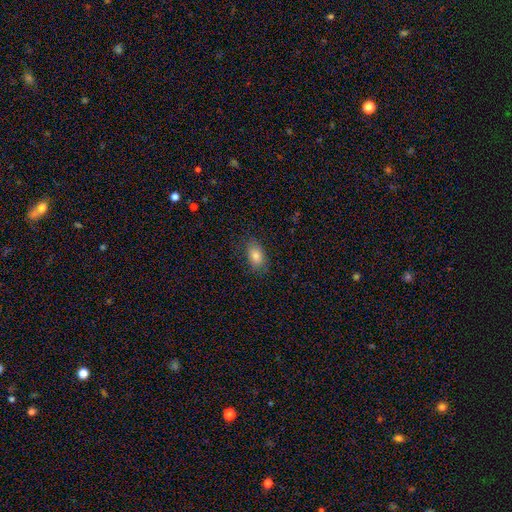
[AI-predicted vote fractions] Morphology: type=smooth (82%); roundness=in between (88%); merging=none (81%).